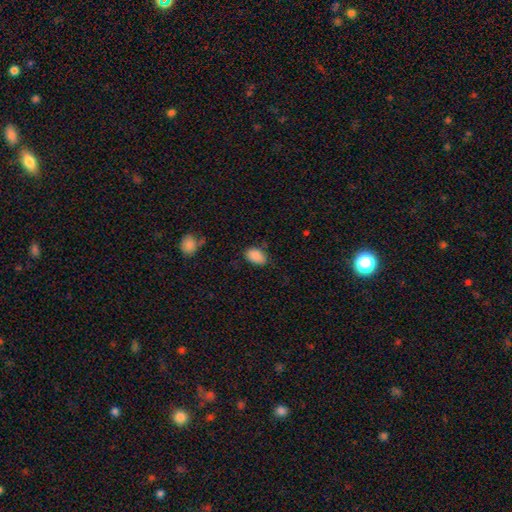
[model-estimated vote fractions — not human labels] This is clearly a smooth galaxy (88%). How rounded: clearly in between (87%). Merging: likely none (74%).